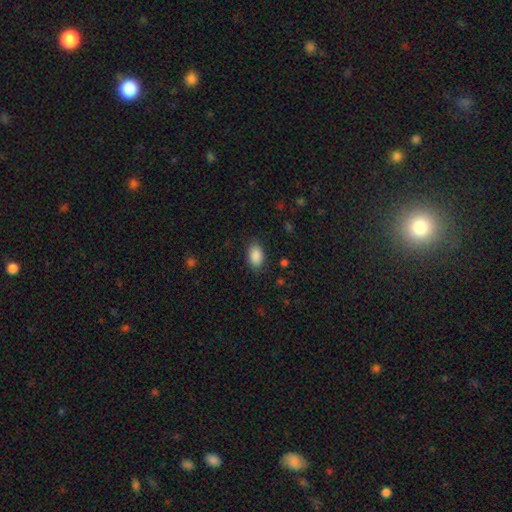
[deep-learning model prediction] Smooth or featured? Predicted: smooth (p=0.89). How rounded? Predicted: in between (p=0.91). Merging? Predicted: none (p=0.84).